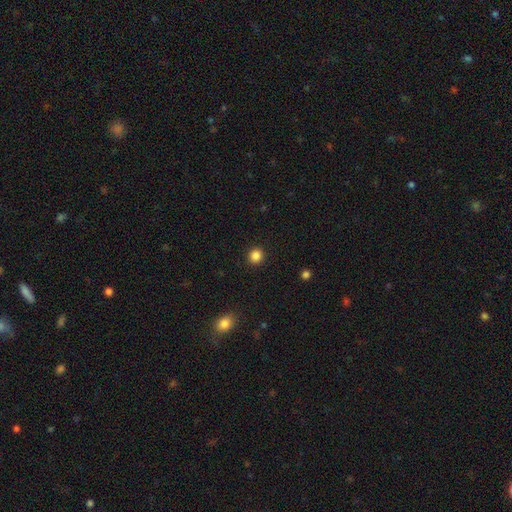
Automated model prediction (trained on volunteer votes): Smooth or featured: smooth — 86% (star or artifact — 11%)
How rounded: round — 90% (in between — 9%)
Merging: none — 92% (minor disturbance — 5%)